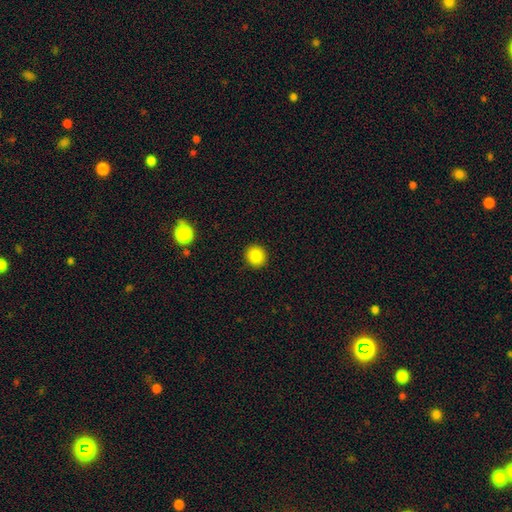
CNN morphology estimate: Overall: smooth (84%). How rounded: round (89%). Merging: none (92%).